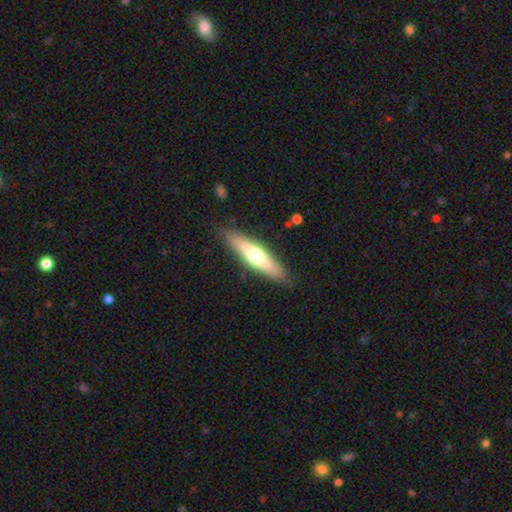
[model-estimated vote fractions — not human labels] Smooth or featured? Predicted: smooth (p=0.49). Merging? Predicted: none (p=0.87).